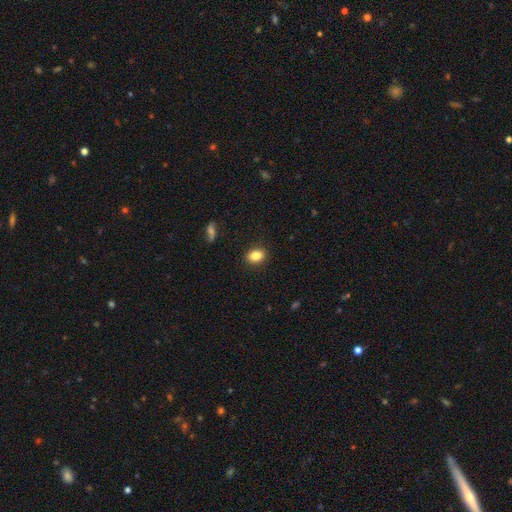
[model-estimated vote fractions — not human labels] Smooth or featured: smooth — 84% (star or artifact — 9%)
How rounded: in between — 75% (round — 23%)
Merging: none — 88% (minor disturbance — 9%)